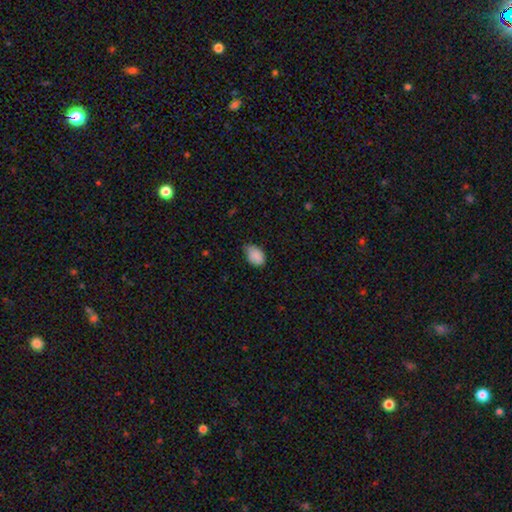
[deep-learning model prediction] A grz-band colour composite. It shows a smooth galaxy with no disk features (88%) that is in between round and cigar-shaped (84%). Merging: none (56%).